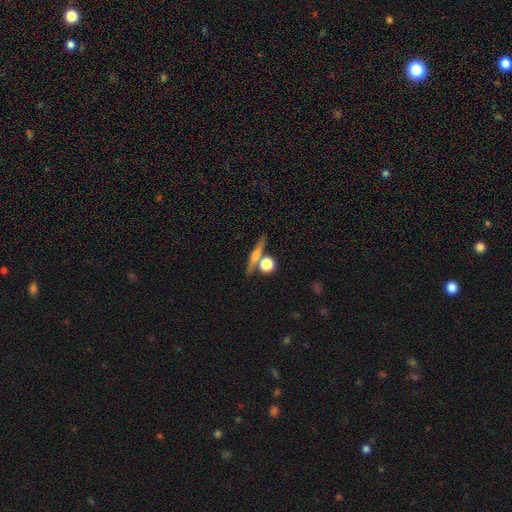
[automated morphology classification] featured or disk 52%, smooth 38%, star or artifact 10%. Down the decision tree: edge-on disk — yes (91%); merging — none (71%).